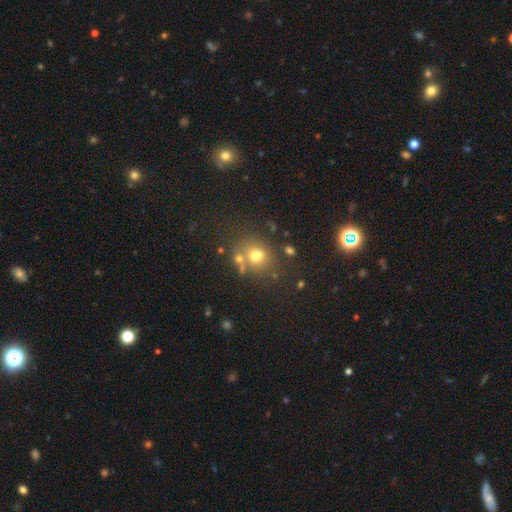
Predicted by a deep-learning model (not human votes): smooth-or-featured: smooth: 67% | star or artifact: 19% | featured or disk: 14%
  how-rounded: round: 66% | in between: 33% | cigar-shaped: 1%
  merging: none: 60% | merger: 20% | minor disturbance: 14% | major disturbance: 7%